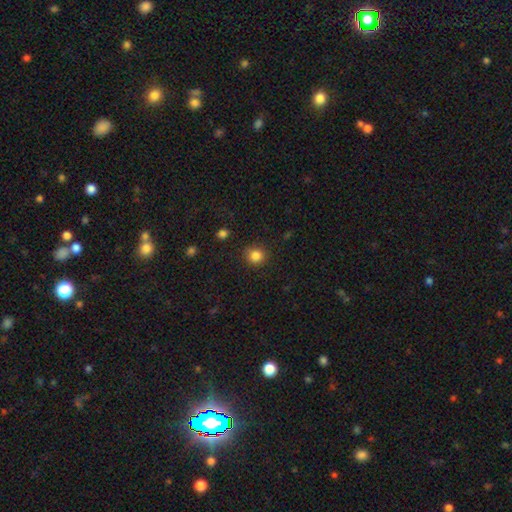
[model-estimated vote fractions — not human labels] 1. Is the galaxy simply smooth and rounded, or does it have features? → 84% smooth, 11% star or artifact, 4% featured or disk.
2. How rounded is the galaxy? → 88% round, 11% in between, 1% cigar-shaped.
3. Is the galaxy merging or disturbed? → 87% none, 9% minor disturbance, 3% major disturbance, 1% merger.